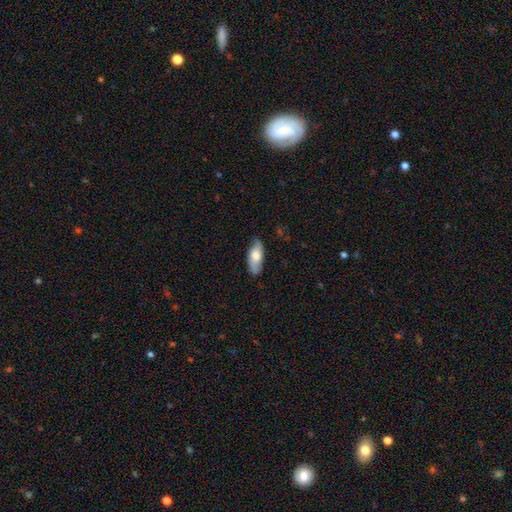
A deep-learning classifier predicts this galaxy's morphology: Smooth or featured?
  - smooth: 60% *
  - featured or disk: 34%
  - star or artifact: 6%
How rounded?
  - in between: 80% *
  - cigar-shaped: 18%
  - round: 3%
Merging?
  - none: 78% *
  - minor disturbance: 17%
  - major disturbance: 3%
  - merger: 1%